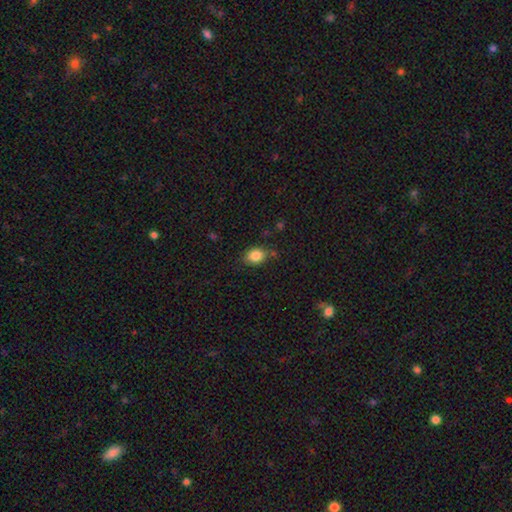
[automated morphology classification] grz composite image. It shows a smooth galaxy with no disk features (85%) that is in between round and cigar-shaped (58%). Merging: none (76%).